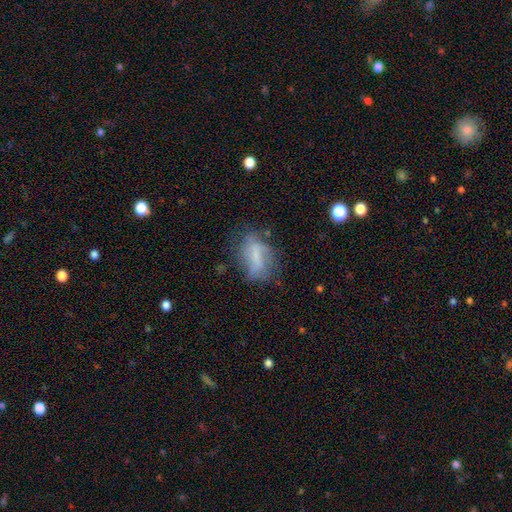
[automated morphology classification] A smooth galaxy with no disk features (49%).

Vote fractions:
- Smooth or featured? smooth: 49% / featured or disk: 41% / star or artifact: 10%
- Merging? none: 51% / minor disturbance: 28% / major disturbance: 17% / merger: 4%